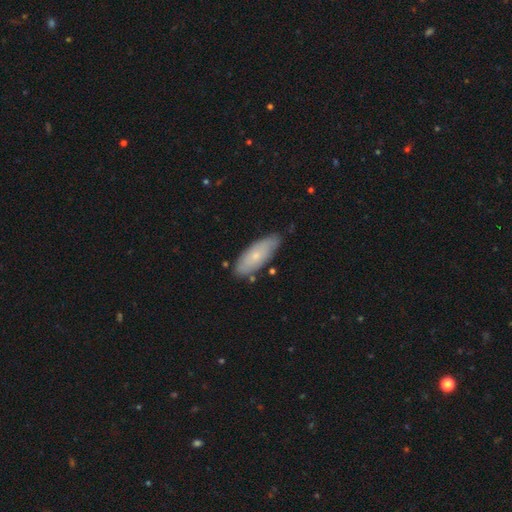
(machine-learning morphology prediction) Smooth or featured: smooth — 63% (featured or disk — 31%)
How rounded: in between — 70% (cigar-shaped — 28%)
Merging: none — 79% (minor disturbance — 16%)